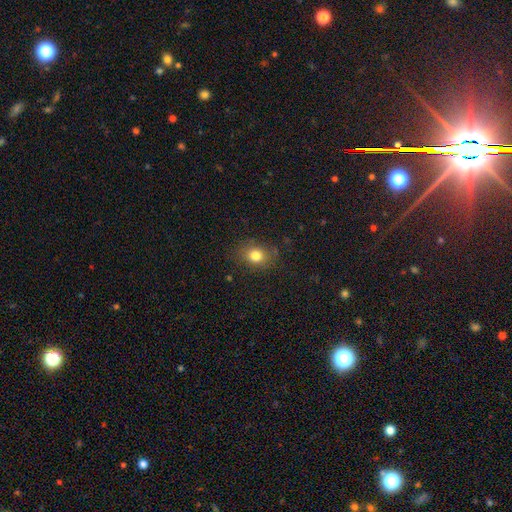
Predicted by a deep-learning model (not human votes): Q: Smooth or featured?
A: smooth (80%); runner-up: star or artifact (12%)
Q: How rounded?
A: round (53%); runner-up: in between (46%)
Q: Merging?
A: none (80%); runner-up: minor disturbance (14%)